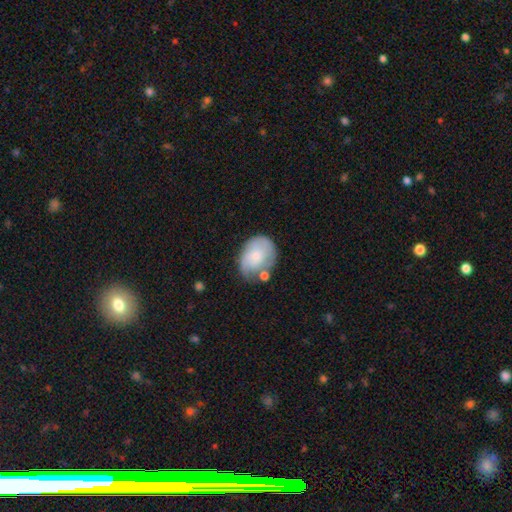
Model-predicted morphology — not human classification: This appears to be a smooth galaxy with no disk features (52%) that is in between round and cigar-shaped (59%). Merging: none (46%).